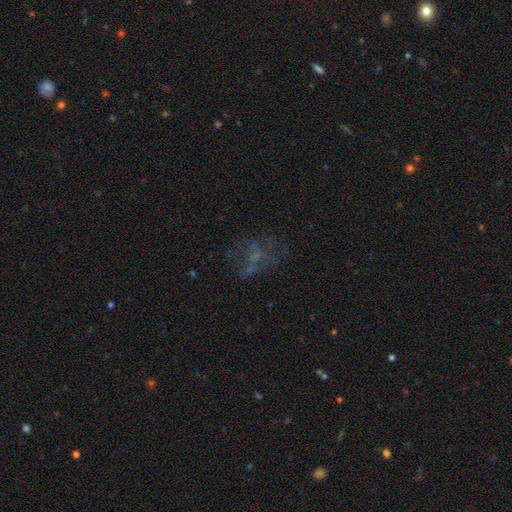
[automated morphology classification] A featured or disk galaxy (45%). Merging: none (48%).